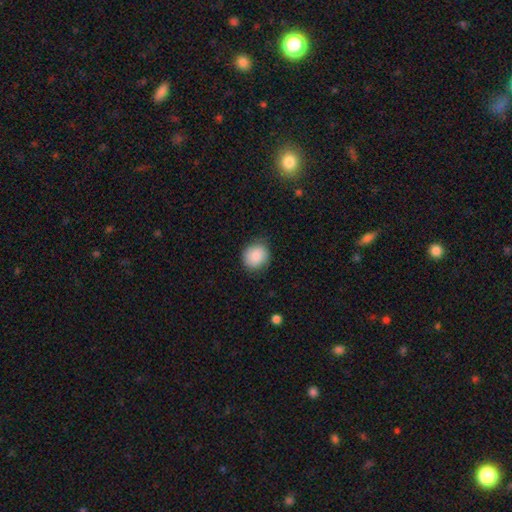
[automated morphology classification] smooth-or-featured: smooth: 86% | star or artifact: 8% | featured or disk: 7%
  how-rounded: round: 81% | in between: 18% | cigar-shaped: 1%
  merging: none: 81% | minor disturbance: 14% | major disturbance: 3% | merger: 1%